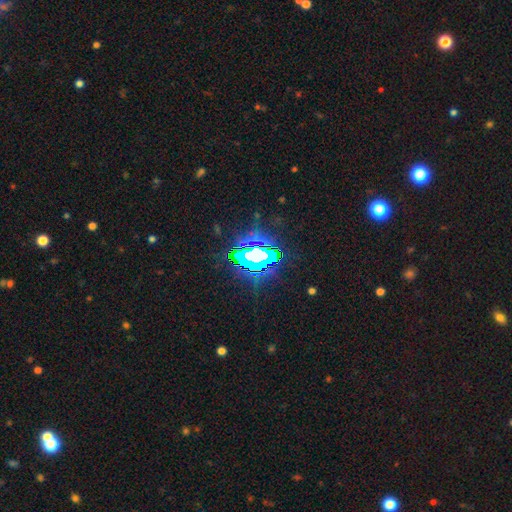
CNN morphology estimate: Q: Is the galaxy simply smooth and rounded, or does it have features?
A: star or artifact — 67%.